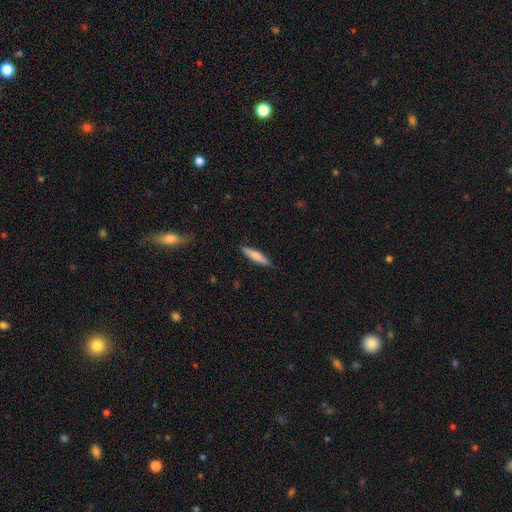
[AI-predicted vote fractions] Smooth or featured? Predicted: smooth (p=0.72). How rounded? Predicted: cigar-shaped (p=0.85). Merging? Predicted: none (p=0.89).